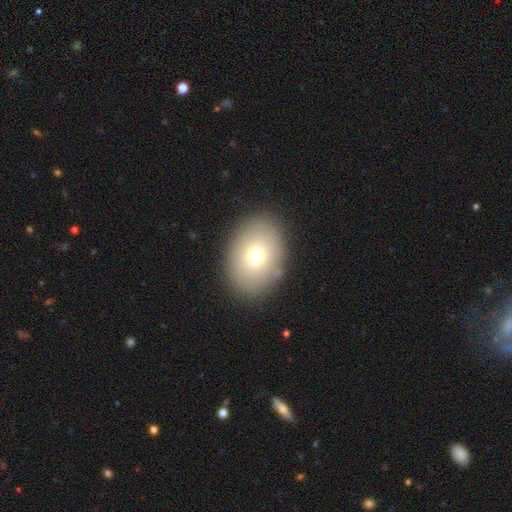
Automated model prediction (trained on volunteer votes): smooth_or_featured: smooth (p=0.72) [alt: featured or disk p=0.17]
how_rounded: in between (p=0.75) [alt: round p=0.24]
merging: none (p=0.88) [alt: minor disturbance p=0.08]